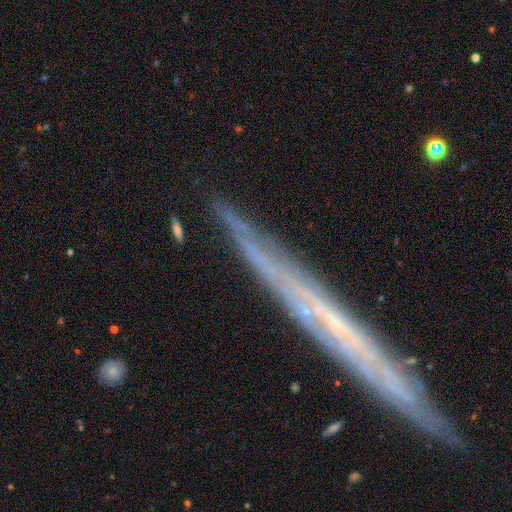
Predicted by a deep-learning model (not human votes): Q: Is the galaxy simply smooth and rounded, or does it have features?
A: featured or disk — 66%.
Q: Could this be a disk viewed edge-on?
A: yes — 85%.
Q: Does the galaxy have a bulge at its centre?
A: none — 79%.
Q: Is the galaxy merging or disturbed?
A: none — 81%.